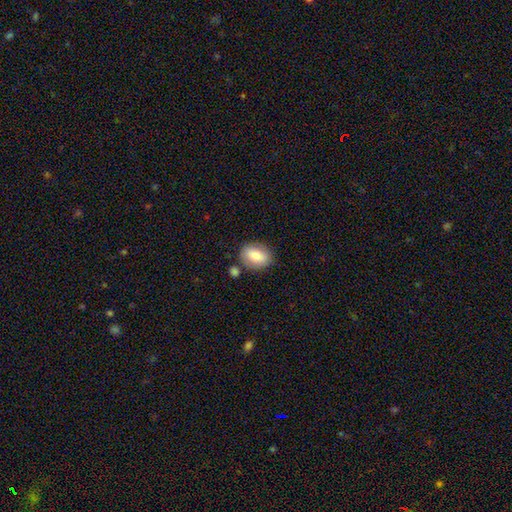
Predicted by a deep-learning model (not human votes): A smooth galaxy with no disk features (80%) that is in between round and cigar-shaped (72%).

Vote fractions:
- Smooth or featured? smooth: 80% / featured or disk: 12% / star or artifact: 7%
- How rounded? in between: 72% / round: 26% / cigar-shaped: 2%
- Merging? none: 75% / minor disturbance: 14% / merger: 8% / major disturbance: 4%